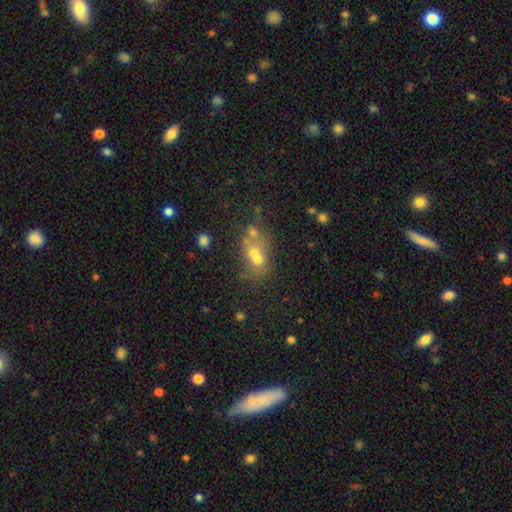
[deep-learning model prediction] Q: Smooth or featured?
A: smooth (50%); runner-up: featured or disk (27%)
Q: How rounded?
A: round (51%); runner-up: in between (46%)
Q: Merging?
A: merger (54%); runner-up: none (32%)